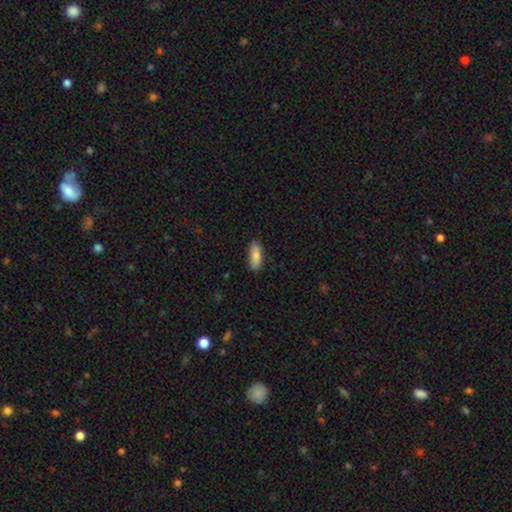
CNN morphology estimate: Q: Smooth or featured?
A: smooth (85%); runner-up: featured or disk (9%)
Q: How rounded?
A: in between (76%); runner-up: cigar-shaped (22%)
Q: Merging?
A: none (87%); runner-up: minor disturbance (10%)